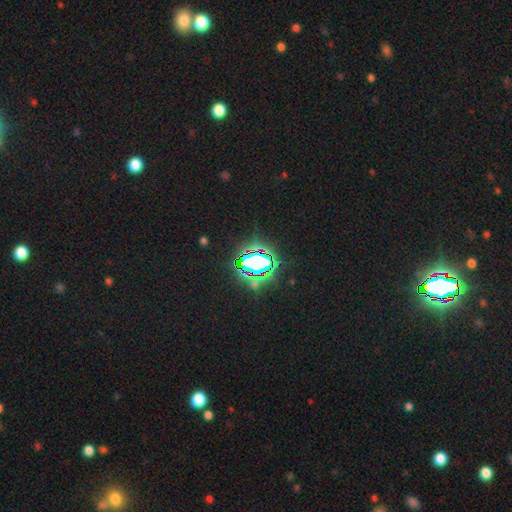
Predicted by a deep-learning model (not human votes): smooth-or-featured: star or artifact: 76% | smooth: 15% | featured or disk: 9%